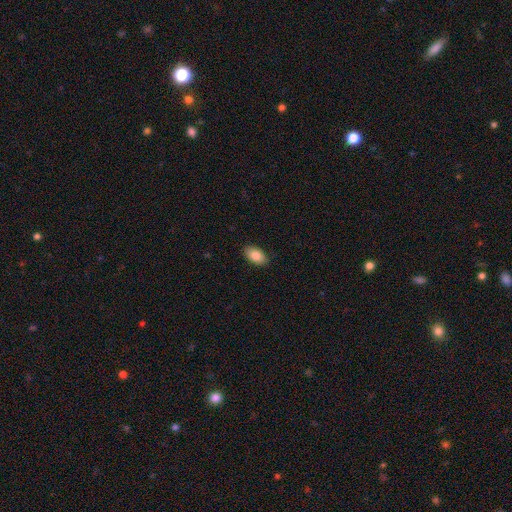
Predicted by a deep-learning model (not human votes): Smooth or featured: smooth — 85% (featured or disk — 8%)
How rounded: in between — 93% (round — 6%)
Merging: none — 89% (minor disturbance — 8%)